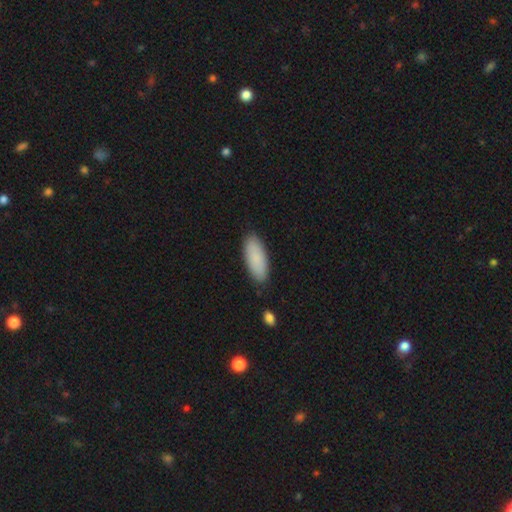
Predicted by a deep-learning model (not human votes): This appears to be a smooth galaxy with no disk features (87%) that is in between round and cigar-shaped (77%). Merging: none (86%).